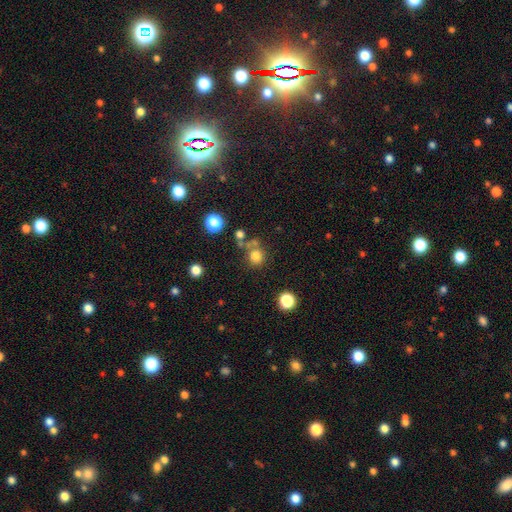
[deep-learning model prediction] This is likely a smooth galaxy (77%). How rounded: clearly round (88%). Merging: likely none (64%).